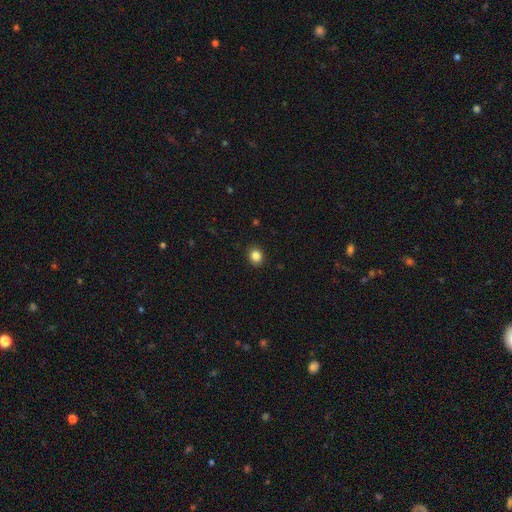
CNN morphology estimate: Smooth or featured? Predicted: smooth (p=0.85). How rounded? Predicted: round (p=0.75). Merging? Predicted: none (p=0.91).